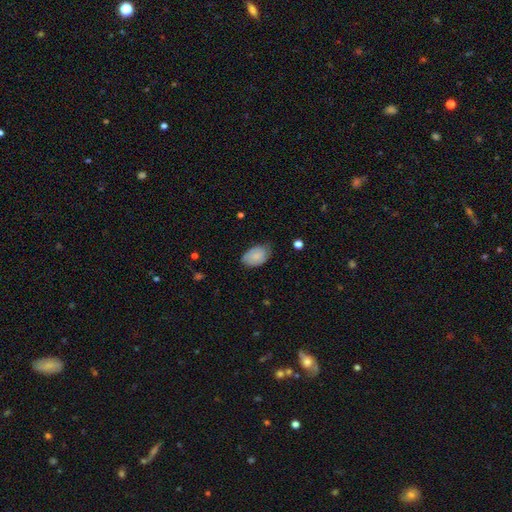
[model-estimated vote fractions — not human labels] smooth 81%, featured or disk 12%, star or artifact 7%. Down the decision tree: how rounded — in between (89%); merging — none (59%).